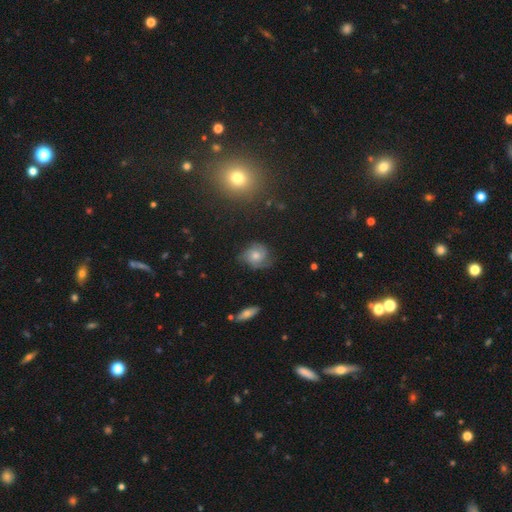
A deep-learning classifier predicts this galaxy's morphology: type=featured or disk (58%); edge-on=no (96%); bar=no (76%); spiral arms=yes (89%); bulge=moderate (61%); merging=none (64%).